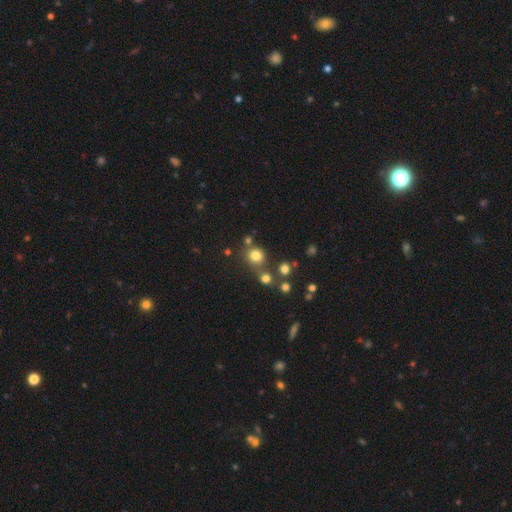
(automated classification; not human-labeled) Smooth or featured?
  - smooth: 77% *
  - star or artifact: 16%
  - featured or disk: 7%
How rounded?
  - round: 88% *
  - in between: 11%
  - cigar-shaped: 1%
Merging?
  - none: 68% *
  - merger: 17%
  - minor disturbance: 10%
  - major disturbance: 5%